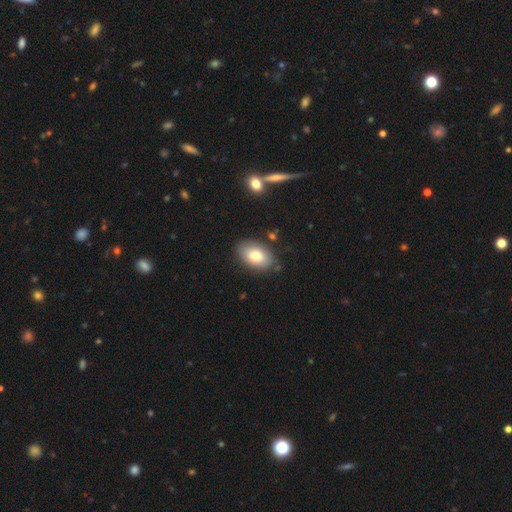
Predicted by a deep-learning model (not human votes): A smooth galaxy with no disk features (78%) that is in between round and cigar-shaped (91%). Merging: none (80%).